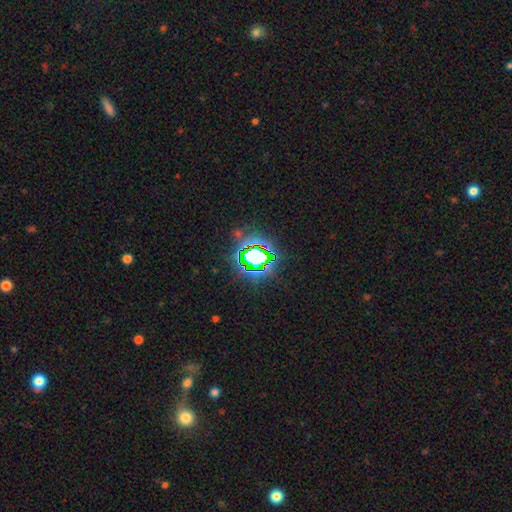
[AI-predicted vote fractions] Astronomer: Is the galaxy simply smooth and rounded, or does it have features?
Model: star or artifact — 80%.